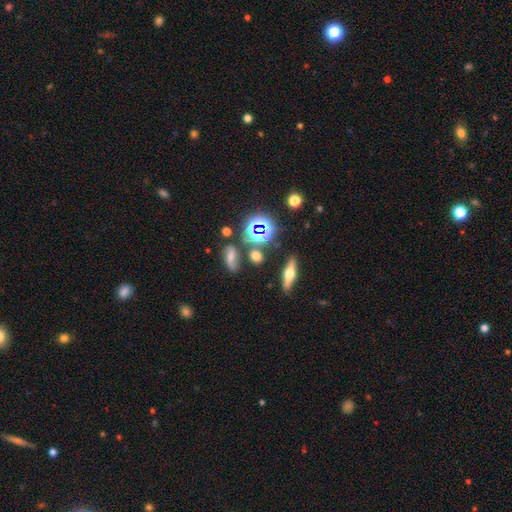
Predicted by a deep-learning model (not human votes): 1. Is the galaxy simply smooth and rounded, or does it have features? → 51% smooth, 31% star or artifact, 18% featured or disk.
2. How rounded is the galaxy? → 46% round, 44% in between, 11% cigar-shaped.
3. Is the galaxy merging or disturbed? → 70% none, 13% minor disturbance, 11% merger, 6% major disturbance.